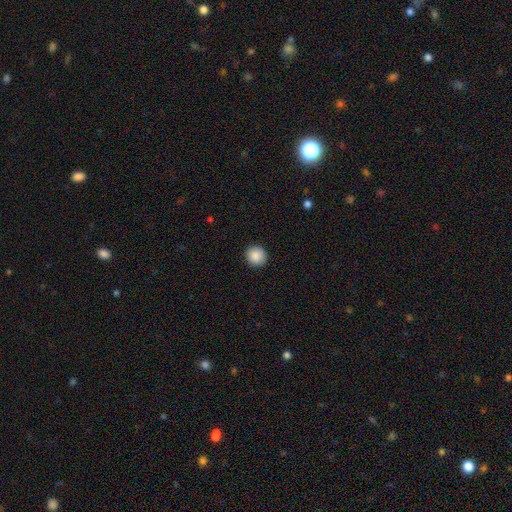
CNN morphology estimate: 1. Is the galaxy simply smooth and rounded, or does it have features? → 89% smooth, 8% star or artifact, 3% featured or disk.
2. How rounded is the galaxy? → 92% round, 7% in between, 1% cigar-shaped.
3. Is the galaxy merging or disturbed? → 91% none, 6% minor disturbance, 2% major disturbance, 1% merger.